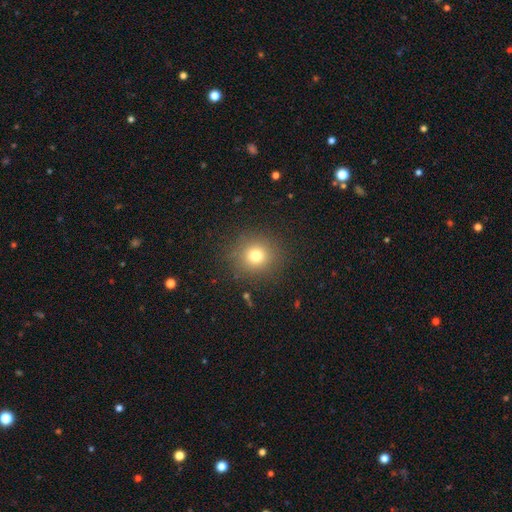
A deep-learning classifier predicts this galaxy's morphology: Smooth or featured: smooth — 76% (star or artifact — 16%)
How rounded: round — 91% (in between — 8%)
Merging: none — 88% (minor disturbance — 8%)